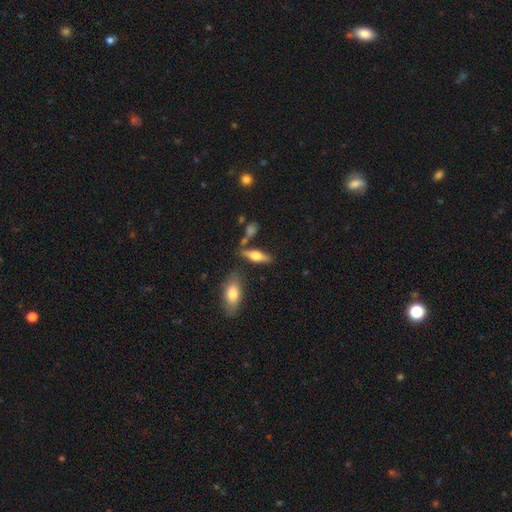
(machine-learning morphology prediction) Overall: smooth (52%; featured or disk 41%). How rounded: in between (52%; cigar-shaped 45%). Merging: none (70%).